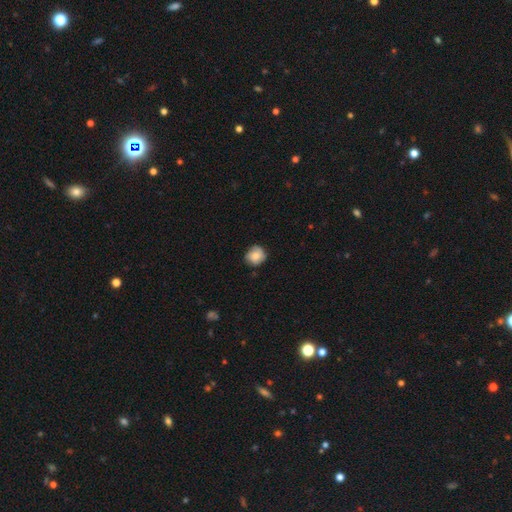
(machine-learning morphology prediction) A smooth galaxy with no disk features (70%) that is round (83%). Merging: none (75%).